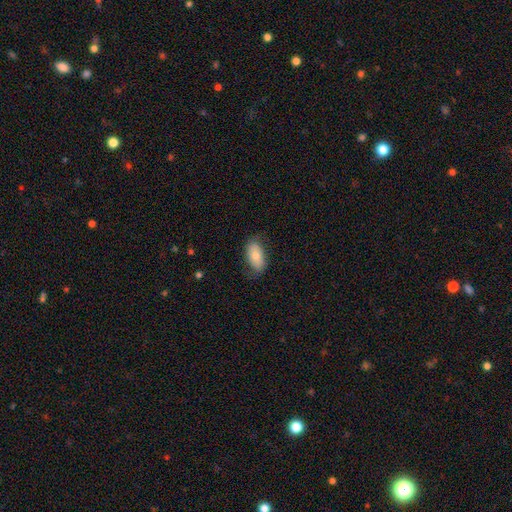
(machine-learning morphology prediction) Smooth or featured: smooth — 71% (featured or disk — 22%)
How rounded: in between — 92% (round — 5%)
Merging: none — 74% (minor disturbance — 20%)